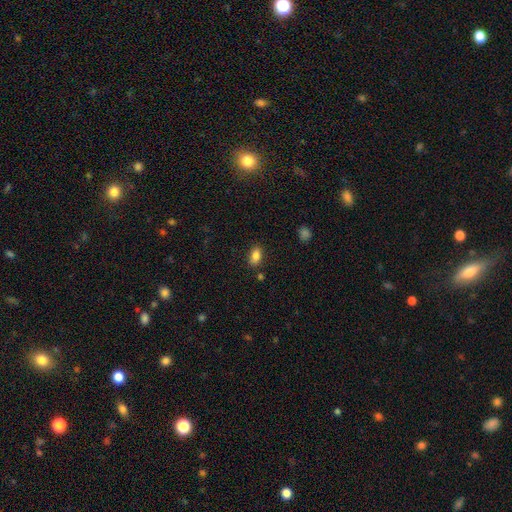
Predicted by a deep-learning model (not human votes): A smooth galaxy with no disk features (84%) that is in between round and cigar-shaped (88%).

Vote fractions:
- Smooth or featured? smooth: 84% / star or artifact: 10% / featured or disk: 7%
- How rounded? in between: 88% / round: 9% / cigar-shaped: 3%
- Merging? none: 82% / minor disturbance: 12% / merger: 3% / major disturbance: 3%